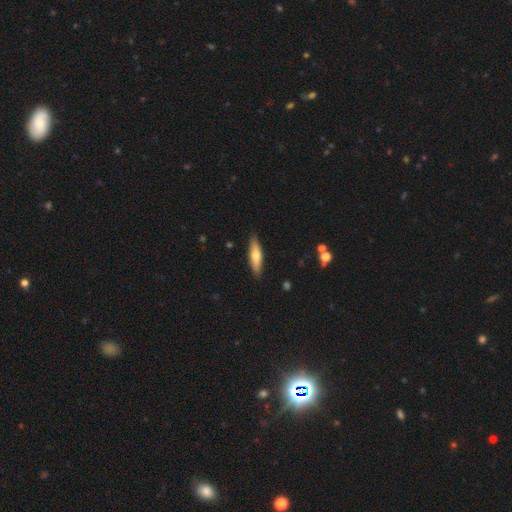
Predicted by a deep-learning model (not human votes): Smooth or featured? Predicted: smooth (p=0.60). How rounded? Predicted: cigar-shaped (p=0.70). Merging? Predicted: none (p=0.89).